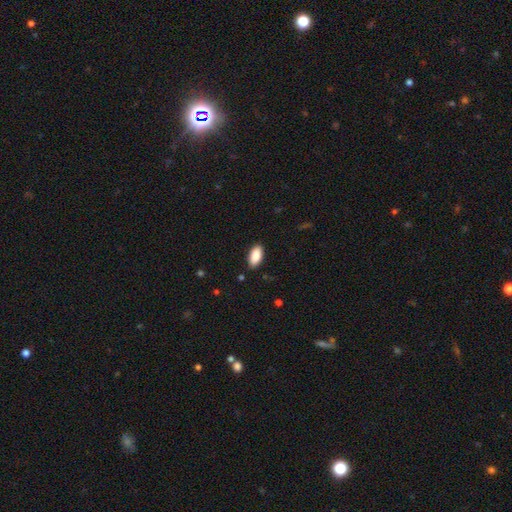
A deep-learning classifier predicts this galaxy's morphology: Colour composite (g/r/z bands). It shows a smooth galaxy with no disk features (90%) that is in between round and cigar-shaped (93%). Merging: none (88%).